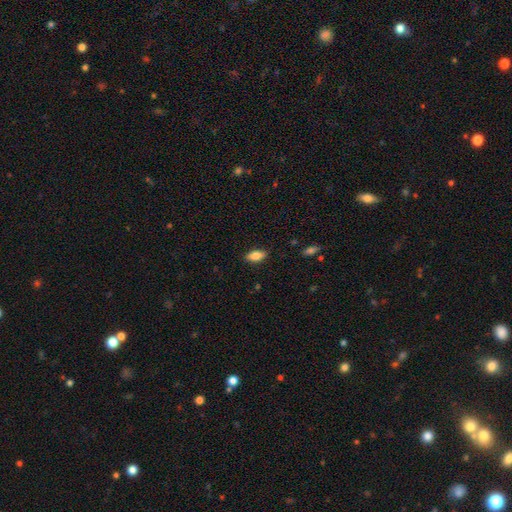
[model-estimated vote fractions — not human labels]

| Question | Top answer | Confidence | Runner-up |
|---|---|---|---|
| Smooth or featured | smooth | 83% | featured or disk (10%) |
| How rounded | in between | 88% | cigar-shaped (8%) |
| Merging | none | 86% | minor disturbance (11%) |